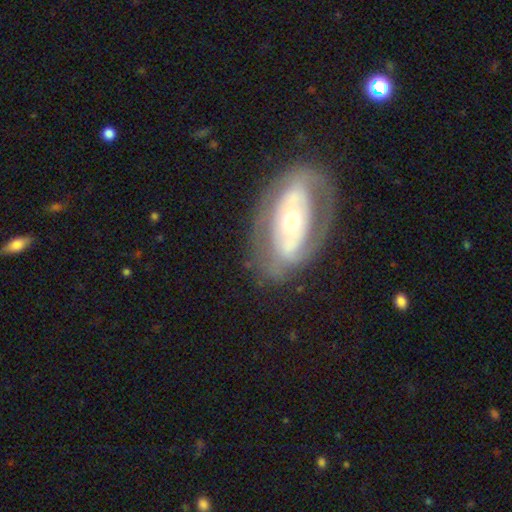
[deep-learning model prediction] Morphology: type=featured or disk (72%); edge-on=no (92%); bar=no (64%); spiral arms=no (51%); bulge=moderate (54%); merging=none (72%).